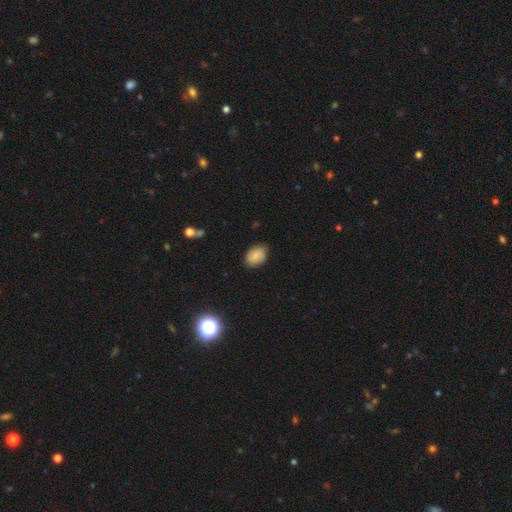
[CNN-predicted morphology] The model was most divided on "how rounded": in between: 80%, round: 19%, cigar-shaped: 1%. More confident: merging — none (82%); smooth or featured — smooth (78%).